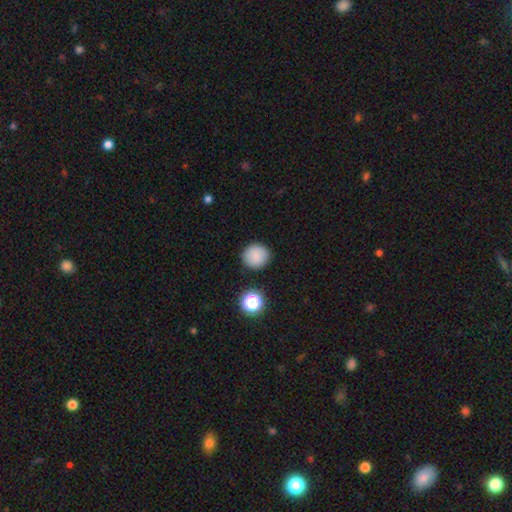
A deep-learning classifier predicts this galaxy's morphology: Smooth or featured?
  - smooth: 84% *
  - star or artifact: 11%
  - featured or disk: 5%
How rounded?
  - round: 91% *
  - in between: 8%
  - cigar-shaped: 1%
Merging?
  - none: 89% *
  - minor disturbance: 7%
  - major disturbance: 2%
  - merger: 2%